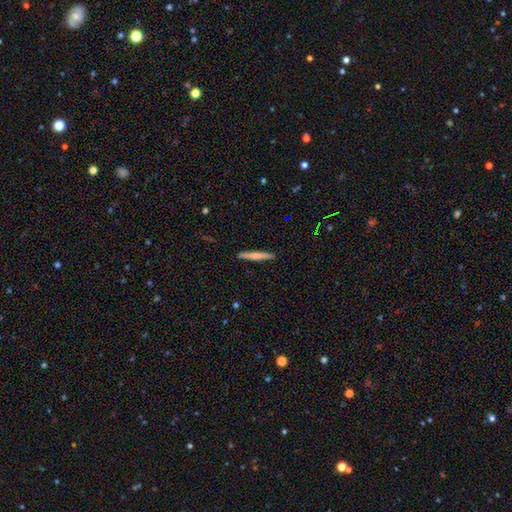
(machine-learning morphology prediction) The model was most divided on "smooth or featured": smooth: 62%, featured or disk: 32%, star or artifact: 6%. More confident: how rounded — cigar-shaped (96%); merging — none (92%).